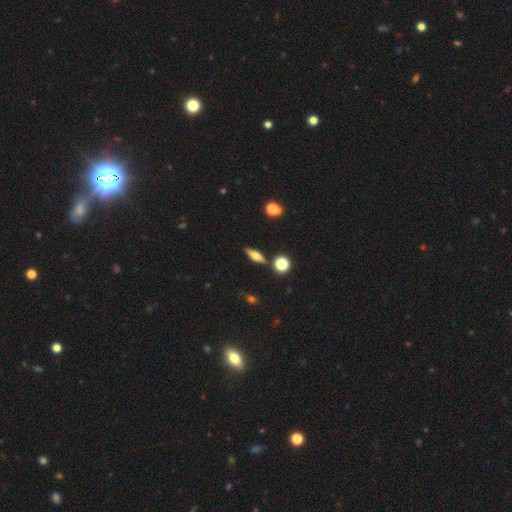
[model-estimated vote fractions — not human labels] A featured or disk galaxy (46%). Merging: none (84%).